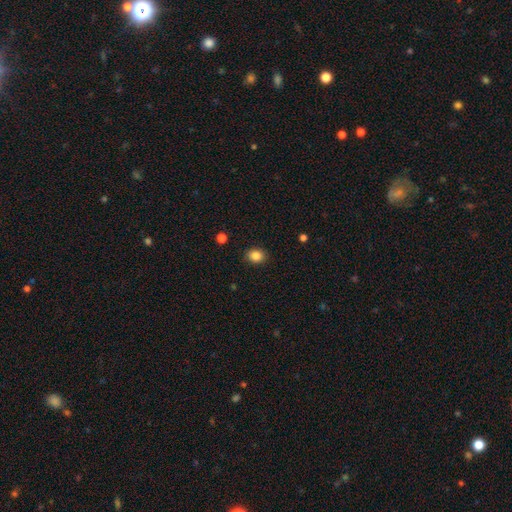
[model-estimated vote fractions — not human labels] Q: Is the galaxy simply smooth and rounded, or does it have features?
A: smooth — 86%.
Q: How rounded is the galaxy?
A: round — 58%.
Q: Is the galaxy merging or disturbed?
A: none — 90%.